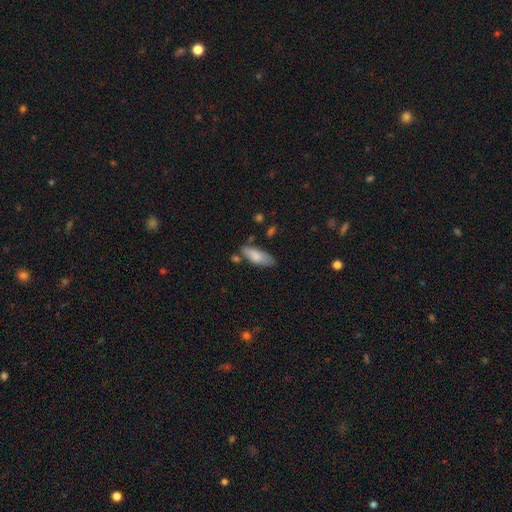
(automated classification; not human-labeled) Smooth or featured? Predicted: smooth (p=0.79). How rounded? Predicted: in between (p=0.72). Merging? Predicted: none (p=0.63).